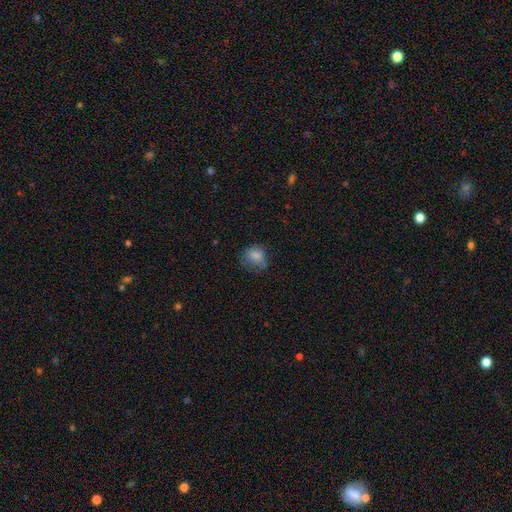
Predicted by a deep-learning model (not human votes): Smooth or featured: smooth — 76% (featured or disk — 12%)
How rounded: round — 58% (in between — 41%)
Merging: none — 49% (minor disturbance — 29%)